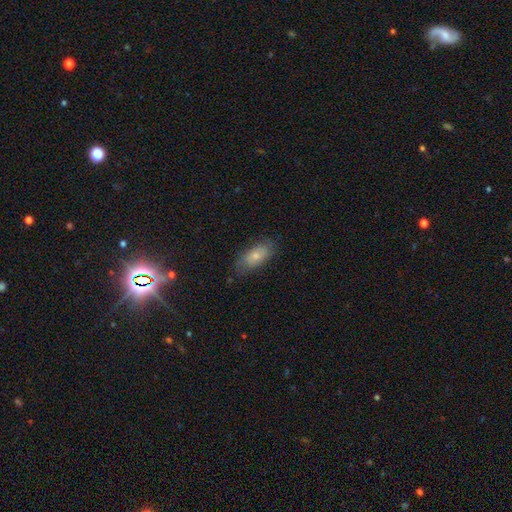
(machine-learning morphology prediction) A smooth galaxy with no disk features (69%) that is in between round and cigar-shaped (88%).

Vote fractions:
- Smooth or featured? smooth: 69% / featured or disk: 23% / star or artifact: 8%
- How rounded? in between: 88% / cigar-shaped: 8% / round: 4%
- Merging? none: 74% / minor disturbance: 20% / major disturbance: 5% / merger: 1%